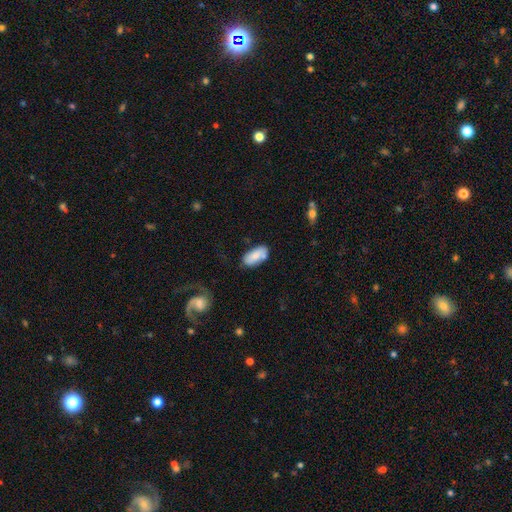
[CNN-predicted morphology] Smooth or featured?
  - smooth: 75% *
  - featured or disk: 19%
  - star or artifact: 7%
How rounded?
  - in between: 92% *
  - cigar-shaped: 6%
  - round: 3%
Merging?
  - none: 64% *
  - minor disturbance: 21%
  - merger: 10%
  - major disturbance: 6%